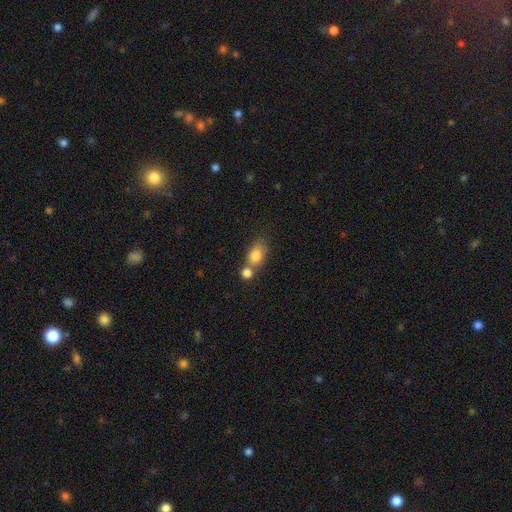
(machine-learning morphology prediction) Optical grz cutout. It shows a smooth galaxy with no disk features (81%) that is in between round and cigar-shaped (74%). Merging: merger (46%).